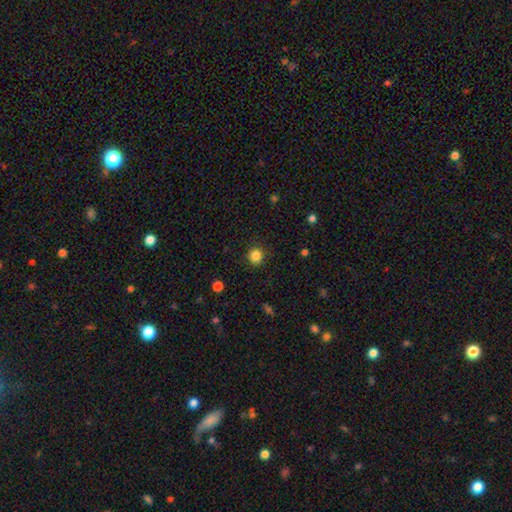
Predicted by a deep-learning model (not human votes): smooth-or-featured: smooth: 84% | star or artifact: 12% | featured or disk: 4%
  how-rounded: round: 91% | in between: 8% | cigar-shaped: 1%
  merging: none: 90% | minor disturbance: 7% | major disturbance: 2% | merger: 1%